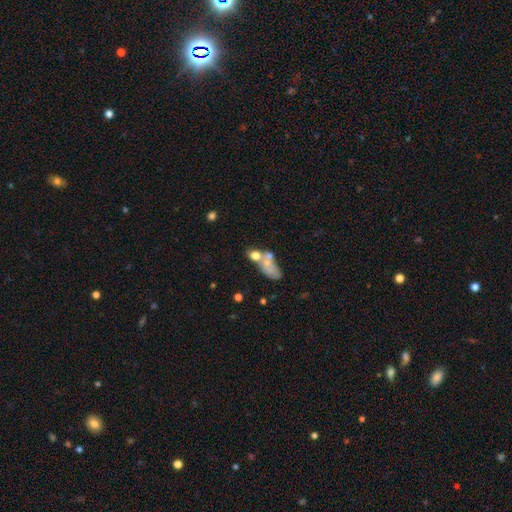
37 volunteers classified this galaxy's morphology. Smooth or featured? 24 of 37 (65%) said smooth. How rounded? 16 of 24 (67%) said in between. Merging? 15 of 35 (43%) said none.